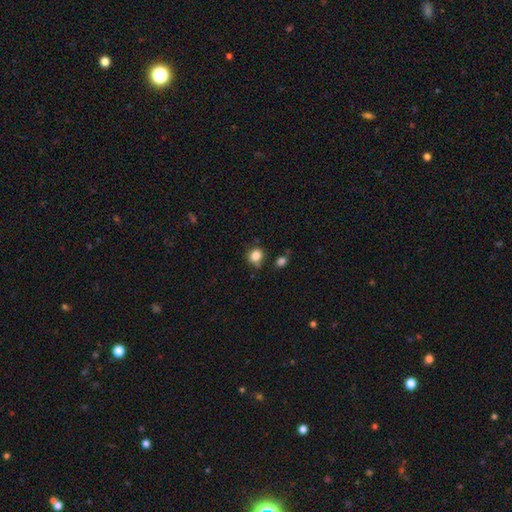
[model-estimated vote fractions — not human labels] smooth-or-featured: smooth: 84% | star or artifact: 11% | featured or disk: 5%
  how-rounded: round: 74% | in between: 25% | cigar-shaped: 1%
  merging: none: 71% | minor disturbance: 18% | merger: 7% | major disturbance: 5%